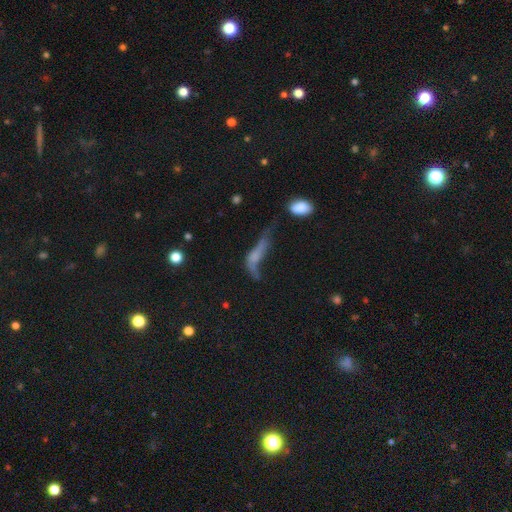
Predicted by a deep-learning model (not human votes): The model was most divided on "smooth or featured": smooth: 45%, featured or disk: 39%, star or artifact: 16%. Remaining: merging — major disturbance (44%).